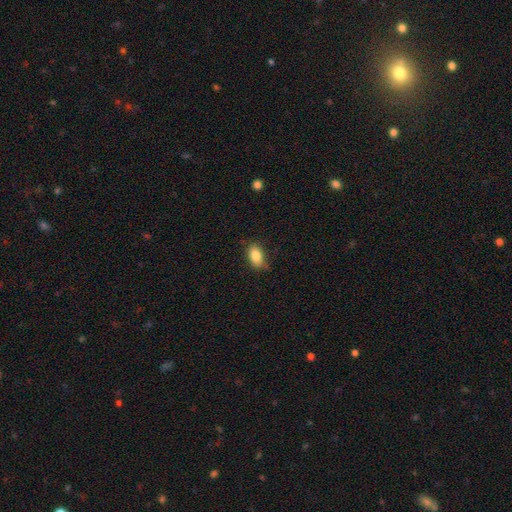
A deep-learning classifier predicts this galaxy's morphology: Smooth or featured: smooth — 84% (star or artifact — 8%)
How rounded: in between — 90% (round — 7%)
Merging: none — 79% (minor disturbance — 16%)